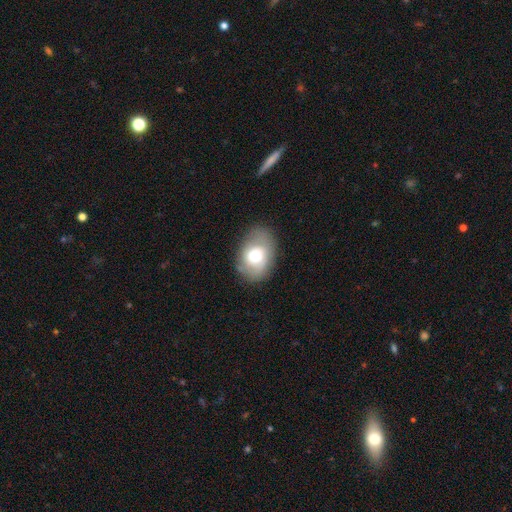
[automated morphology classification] The model was most divided on "smooth or featured": smooth: 63%, featured or disk: 28%, star or artifact: 9%. More confident: merging — none (73%); how rounded — in between (73%).